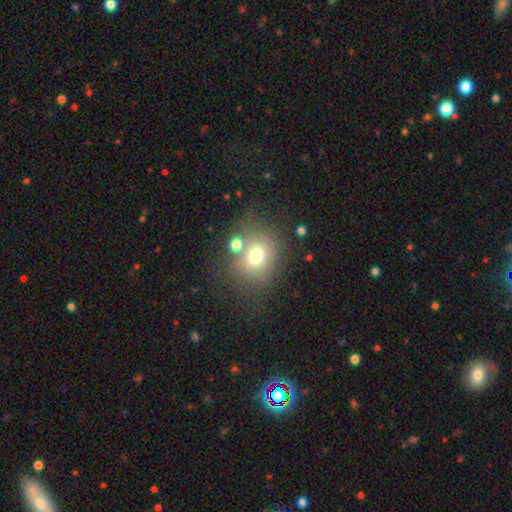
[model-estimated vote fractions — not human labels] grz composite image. It shows a smooth galaxy with no disk features (69%) that is round (68%). Merging: none (58%).